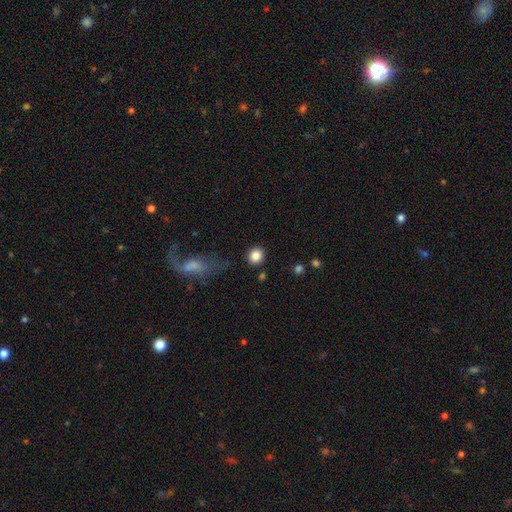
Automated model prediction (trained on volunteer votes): smooth 85%, star or artifact 10%, featured or disk 5%. Down the decision tree: how rounded — round (85%); merging — none (85%).